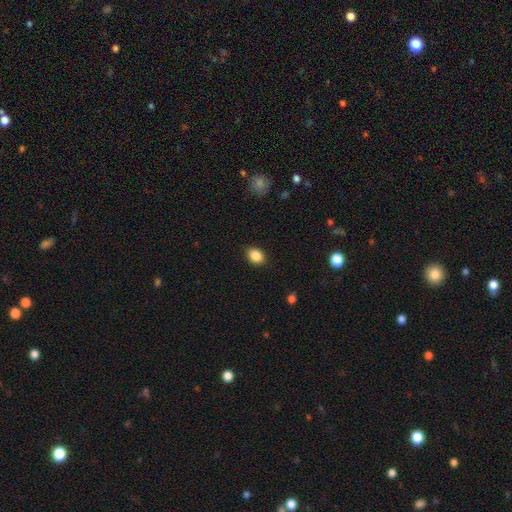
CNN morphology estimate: smooth 87%, star or artifact 9%, featured or disk 4%. Down the decision tree: how rounded — in between (71%); merging — none (87%).